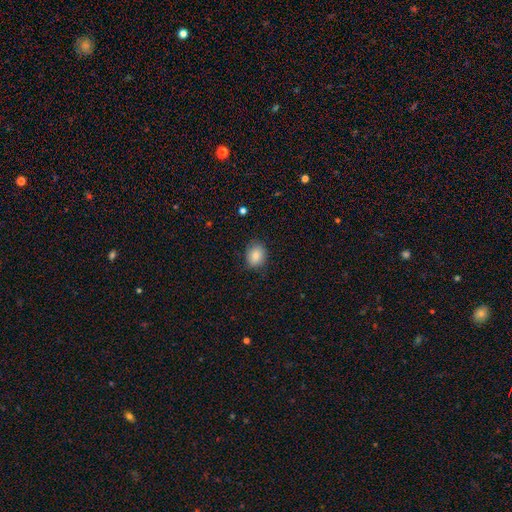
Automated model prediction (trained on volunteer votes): Smooth or featured? Predicted: smooth (p=0.86). How rounded? Predicted: in between (p=0.52). Merging? Predicted: none (p=0.79).